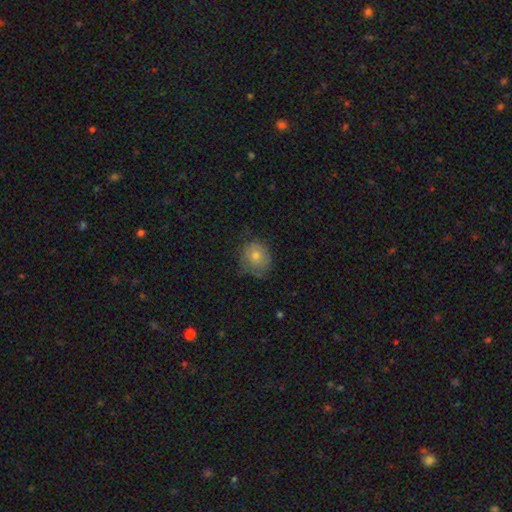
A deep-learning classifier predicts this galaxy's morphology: The model was most divided on "merging": none: 64%, minor disturbance: 26%, major disturbance: 9%, merger: 1%. More confident: how rounded — round (77%); smooth or featured — smooth (71%).